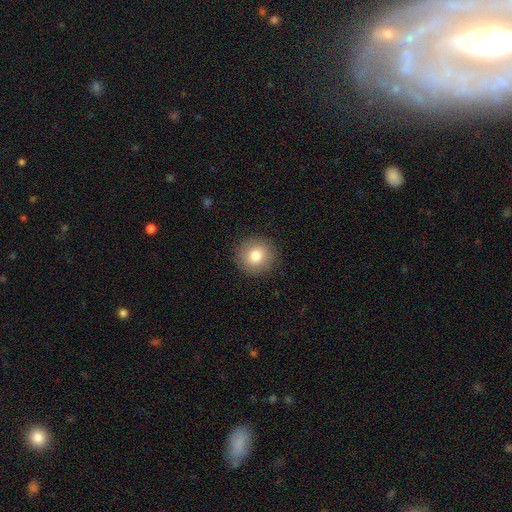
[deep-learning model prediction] Smooth or featured? smooth (80%)
How rounded? round (93%)
Merging? none (91%)